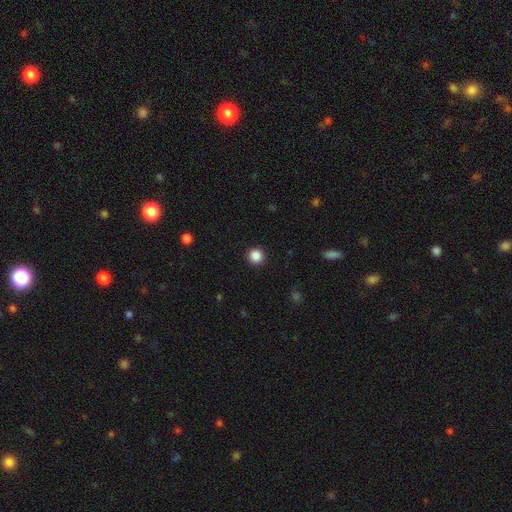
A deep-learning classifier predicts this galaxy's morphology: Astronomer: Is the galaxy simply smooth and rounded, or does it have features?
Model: smooth — 87%.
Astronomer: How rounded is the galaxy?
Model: round — 96%.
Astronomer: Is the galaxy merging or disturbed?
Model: none — 93%.